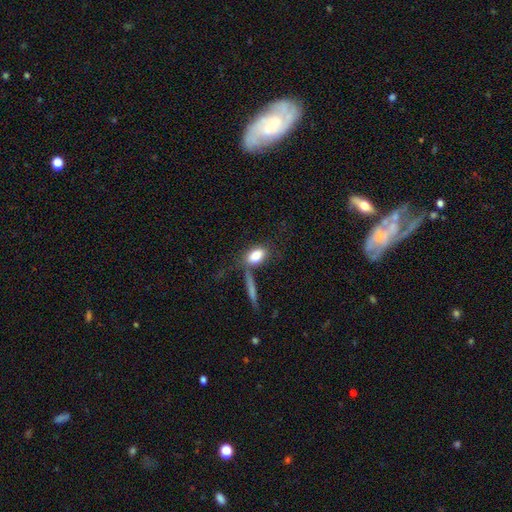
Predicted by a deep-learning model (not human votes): smooth 82%, featured or disk 11%, star or artifact 8%. Down the decision tree: how rounded — in between (85%); merging — none (54%).